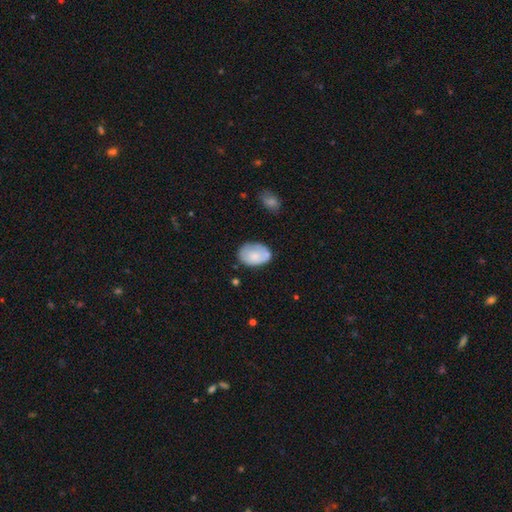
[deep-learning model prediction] Smooth or featured?
  - smooth: 74% *
  - featured or disk: 19%
  - star or artifact: 7%
How rounded?
  - in between: 83% *
  - round: 16%
  - cigar-shaped: 1%
Merging?
  - none: 63% *
  - minor disturbance: 26%
  - major disturbance: 6%
  - merger: 5%